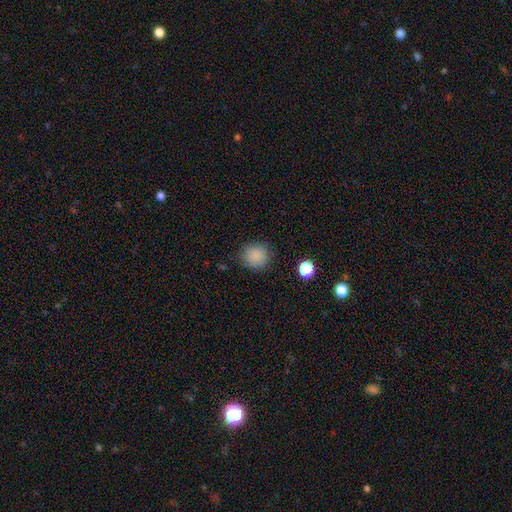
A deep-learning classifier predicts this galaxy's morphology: smooth 85%, star or artifact 11%, featured or disk 4%. Down the decision tree: how rounded — round (90%); merging — none (85%).